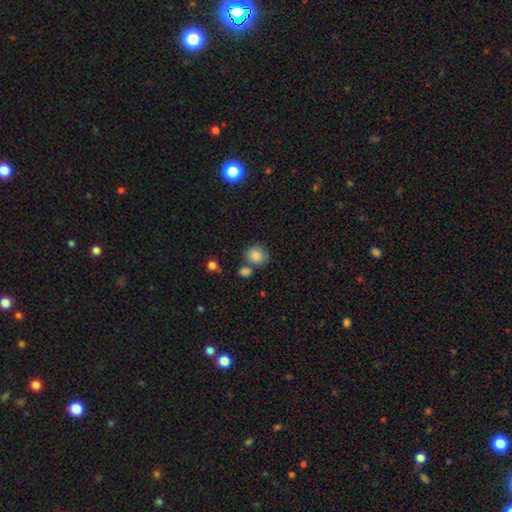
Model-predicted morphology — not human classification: smooth-or-featured: smooth: 84% | star or artifact: 9% | featured or disk: 7%
  how-rounded: round: 73% | in between: 26% | cigar-shaped: 1%
  merging: none: 59% | merger: 20% | minor disturbance: 16% | major disturbance: 5%